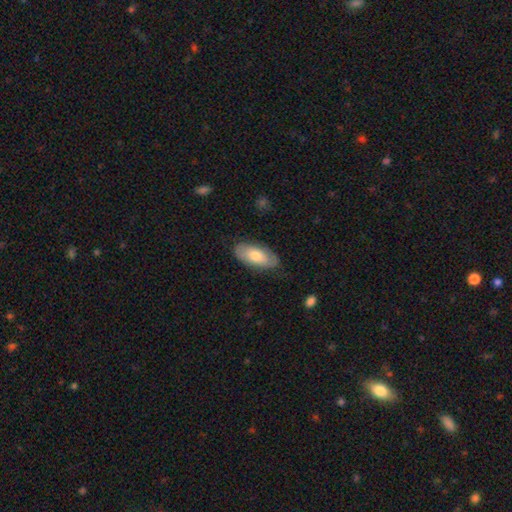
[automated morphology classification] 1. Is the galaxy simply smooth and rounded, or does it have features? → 68% smooth, 26% featured or disk, 5% star or artifact.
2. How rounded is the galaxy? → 90% in between, 8% cigar-shaped, 2% round.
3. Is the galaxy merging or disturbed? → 82% none, 14% minor disturbance, 3% major disturbance, 1% merger.